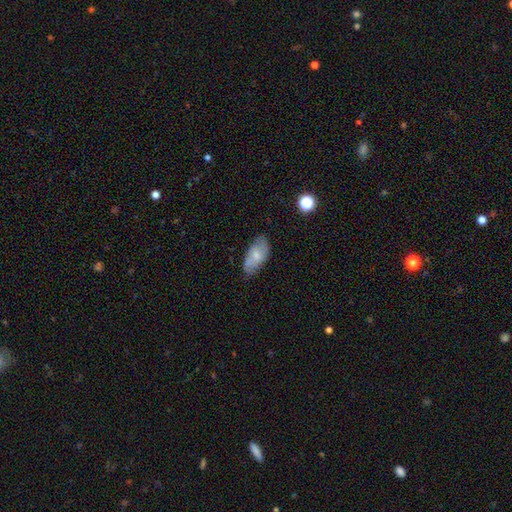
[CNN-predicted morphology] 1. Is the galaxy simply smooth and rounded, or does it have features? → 65% smooth, 28% featured or disk, 7% star or artifact.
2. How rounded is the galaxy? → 92% in between, 5% cigar-shaped, 3% round.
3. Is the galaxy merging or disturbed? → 70% none, 24% minor disturbance, 5% major disturbance, 2% merger.